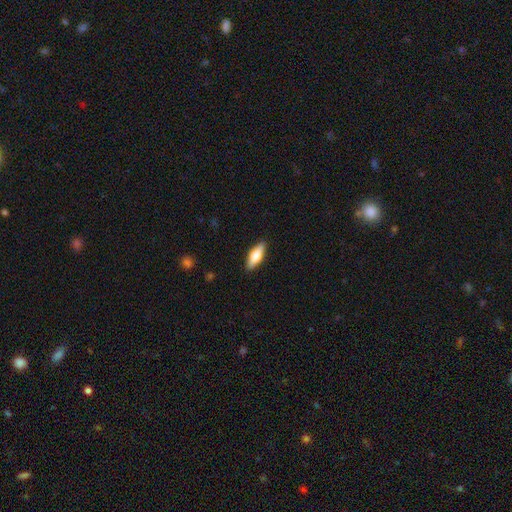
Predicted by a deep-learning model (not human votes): Smooth or featured? smooth (62%)
How rounded? in between (57%)
Merging? none (89%)